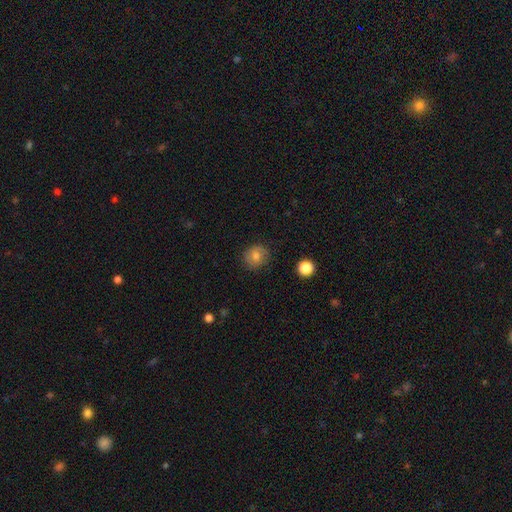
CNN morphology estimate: smooth 69%, featured or disk 20%, star or artifact 11%. Down the decision tree: how rounded — round (80%); merging — none (82%).